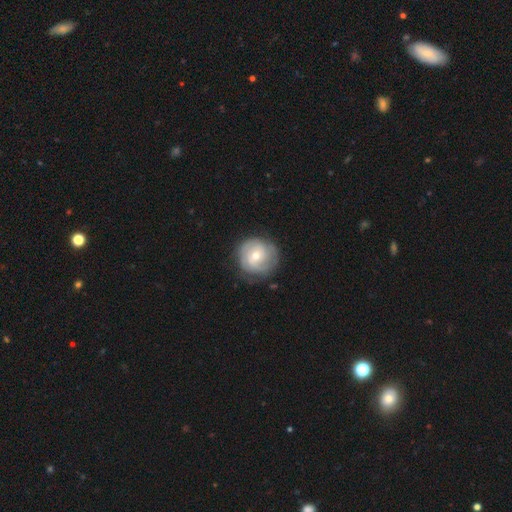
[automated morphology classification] A featured or disk galaxy (67%) with no bar (61%), tight (71%) spiral arms (84%) and a moderate central bulge (60%). Merging: none (76%).